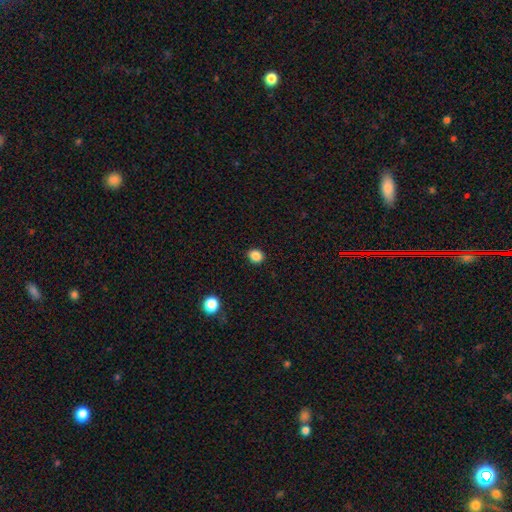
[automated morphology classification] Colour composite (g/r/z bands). It shows a smooth galaxy with no disk features (86%) that is round (62%). Merging: none (89%).